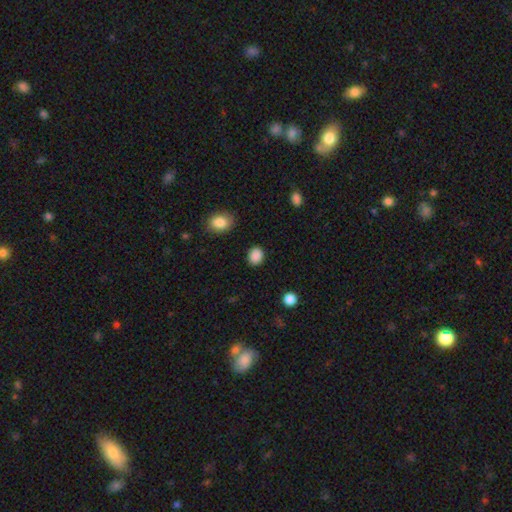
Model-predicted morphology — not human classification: Smooth or featured? smooth (88%)
How rounded? round (64%)
Merging? none (89%)